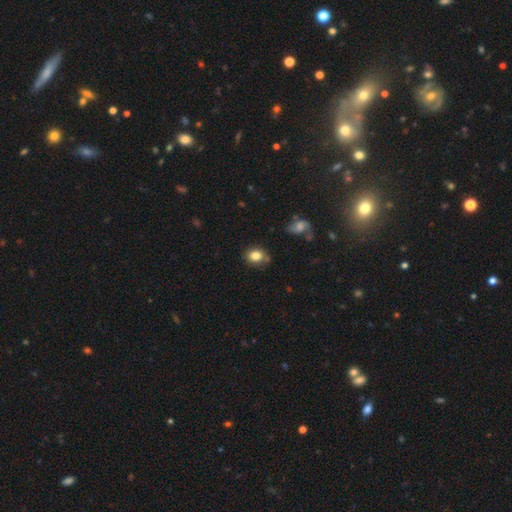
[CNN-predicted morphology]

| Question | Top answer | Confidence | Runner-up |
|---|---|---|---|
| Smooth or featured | smooth | 83% | star or artifact (9%) |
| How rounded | round | 52% | in between (47%) |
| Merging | none | 75% | minor disturbance (17%) |